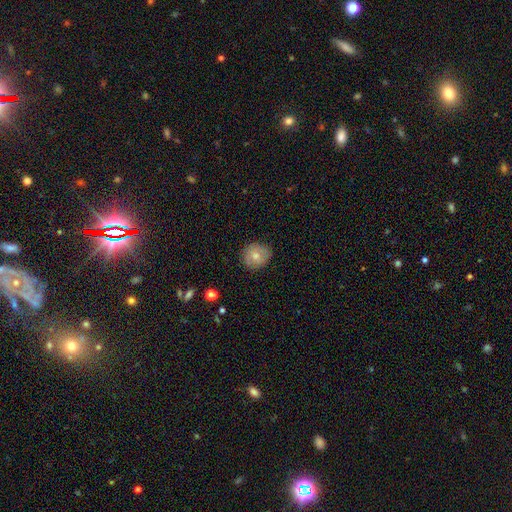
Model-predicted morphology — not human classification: This is likely a smooth galaxy (72%). How rounded: clearly round (86%). Merging: clearly none (82%).